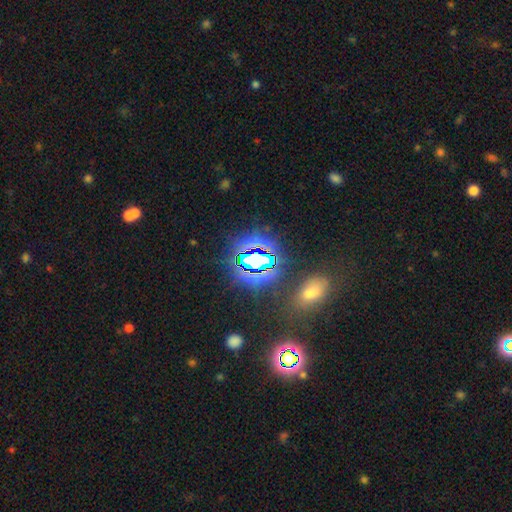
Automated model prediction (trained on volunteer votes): Smooth or featured? star or artifact (76%)